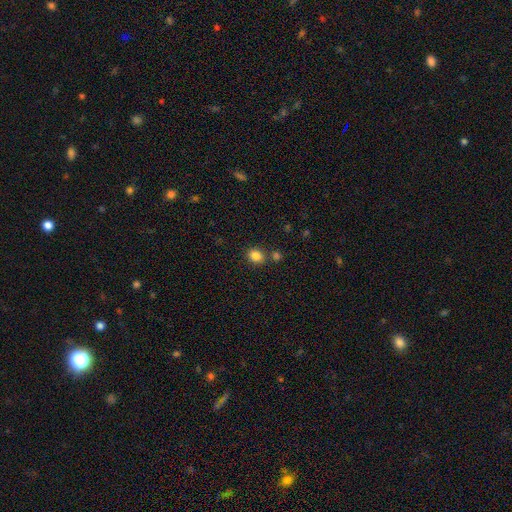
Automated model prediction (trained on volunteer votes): A smooth galaxy with no disk features (84%) that is round (64%).

Vote fractions:
- Smooth or featured? smooth: 84% / star or artifact: 11% / featured or disk: 5%
- How rounded? round: 64% / in between: 35% / cigar-shaped: 1%
- Merging? none: 75% / merger: 12% / minor disturbance: 10% / major disturbance: 3%